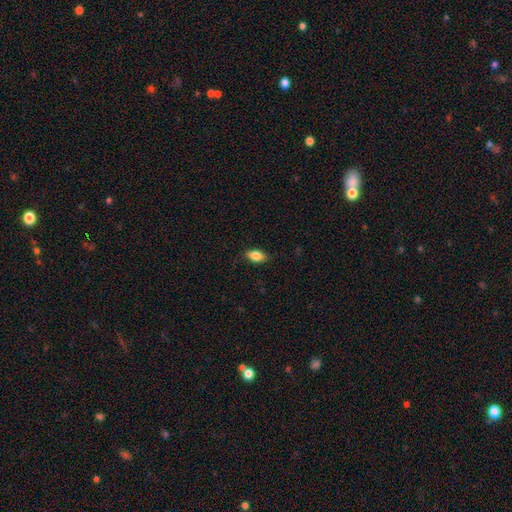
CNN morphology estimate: Smooth or featured? smooth (80%)
How rounded? in between (86%)
Merging? none (84%)